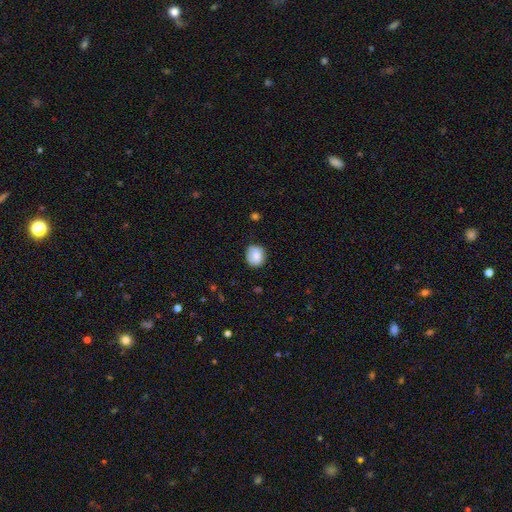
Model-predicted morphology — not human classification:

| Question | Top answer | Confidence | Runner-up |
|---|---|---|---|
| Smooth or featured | smooth | 76% | featured or disk (16%) |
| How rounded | round | 74% | in between (25%) |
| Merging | none | 78% | minor disturbance (17%) |